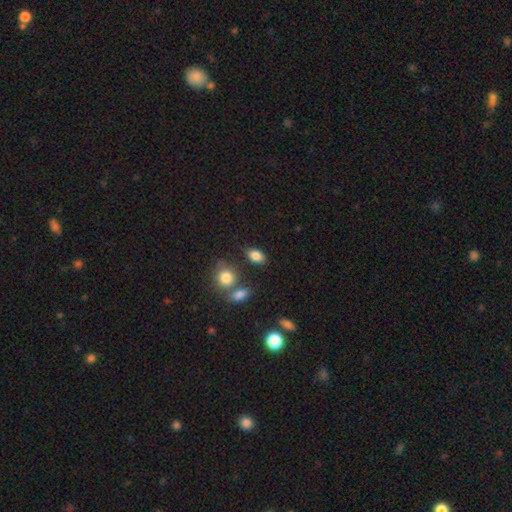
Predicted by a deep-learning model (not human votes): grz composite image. It shows a smooth galaxy with no disk features (84%) that is in between round and cigar-shaped (85%). Merging: none (74%).